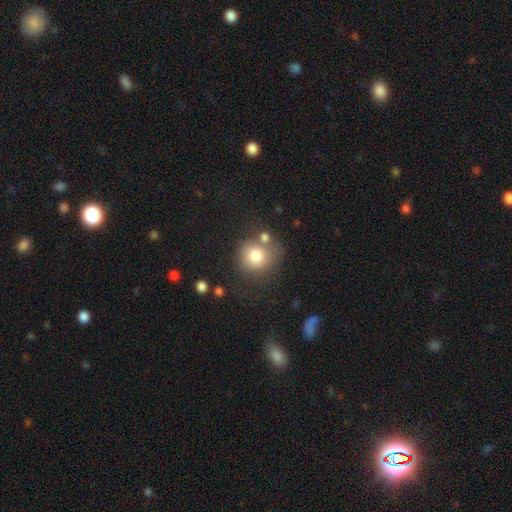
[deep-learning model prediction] Smooth or featured? Predicted: smooth (p=0.79). How rounded? Predicted: round (p=0.86). Merging? Predicted: none (p=0.56).